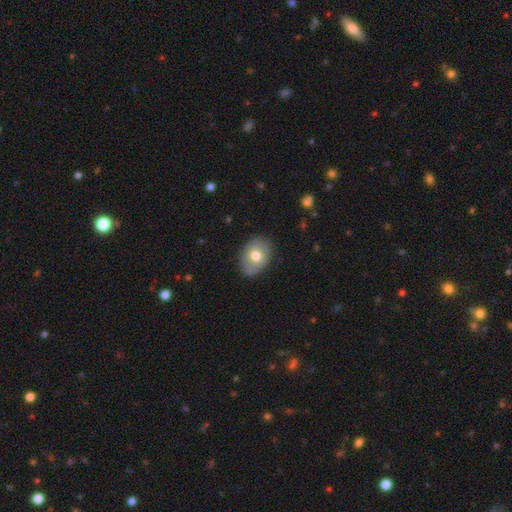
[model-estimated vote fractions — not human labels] A smooth galaxy with no disk features (69%) that is in between round and cigar-shaped (71%). Merging: none (79%).